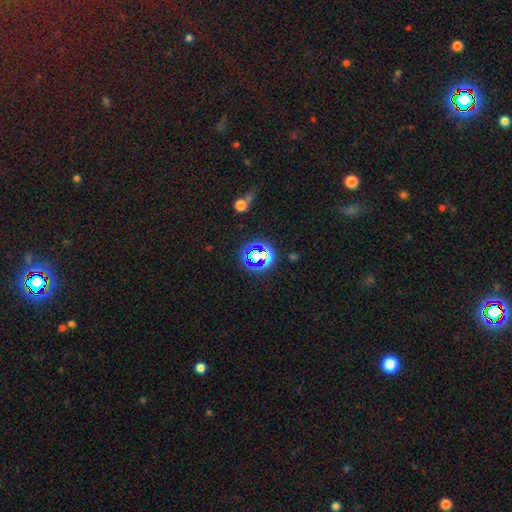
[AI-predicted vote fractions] A star or artifact, not a galaxy (64%).

Vote fractions:
- Smooth or featured? star or artifact: 64% / smooth: 24% / featured or disk: 12%